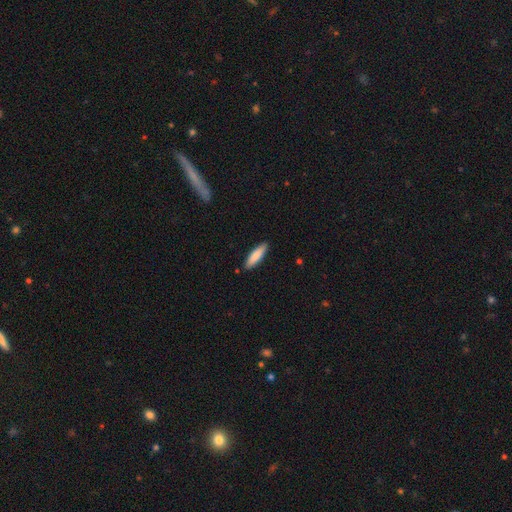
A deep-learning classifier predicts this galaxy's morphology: smooth 83%, featured or disk 11%, star or artifact 5%. Down the decision tree: how rounded — cigar-shaped (66%); merging — none (88%).